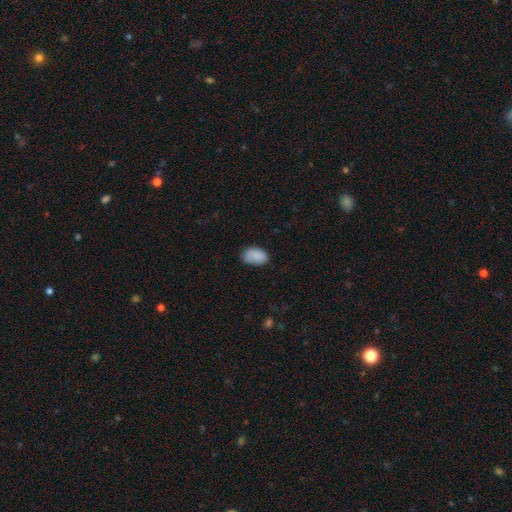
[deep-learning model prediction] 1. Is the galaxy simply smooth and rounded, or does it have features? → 87% smooth, 7% star or artifact, 6% featured or disk.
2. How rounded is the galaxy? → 88% in between, 11% round, 1% cigar-shaped.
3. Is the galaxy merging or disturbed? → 74% none, 21% minor disturbance, 4% major disturbance, 1% merger.